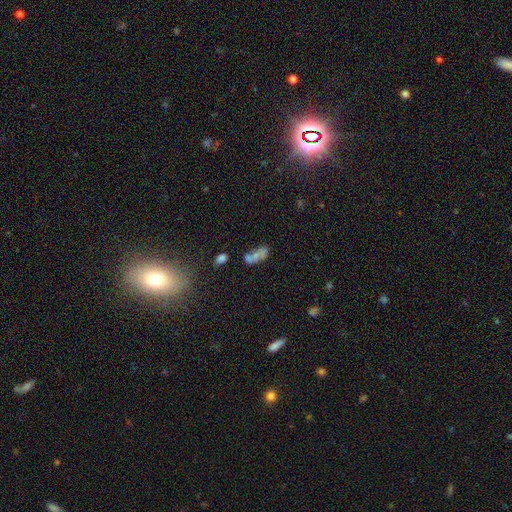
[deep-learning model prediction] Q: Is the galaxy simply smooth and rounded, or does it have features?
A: smooth — 59%.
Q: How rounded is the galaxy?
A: in between — 84%.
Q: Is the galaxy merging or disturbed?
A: none — 41%.